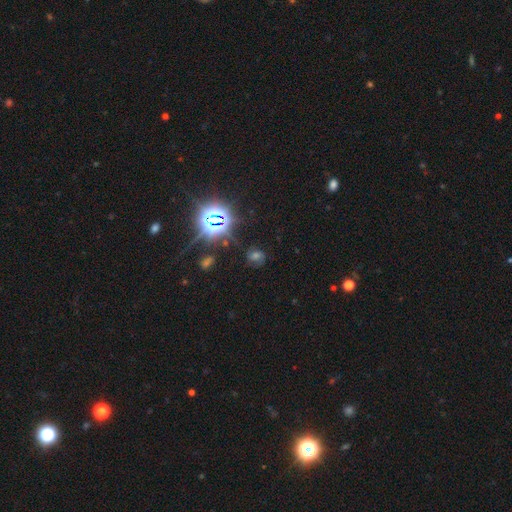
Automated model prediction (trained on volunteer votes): smooth-or-featured: star or artifact: 57% | smooth: 25% | featured or disk: 18%